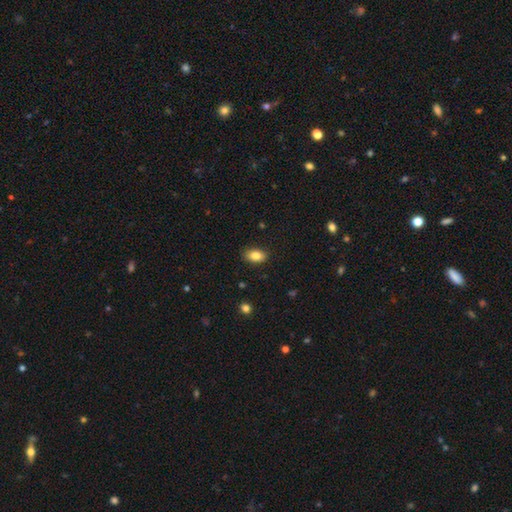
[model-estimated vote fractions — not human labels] Morphology: type=smooth (85%); roundness=in between (88%); merging=none (86%).